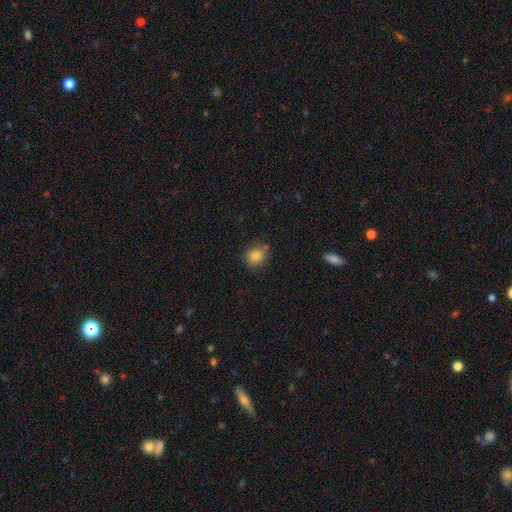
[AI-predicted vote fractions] Morphology: type=smooth (84%); roundness=round (67%); merging=none (78%).